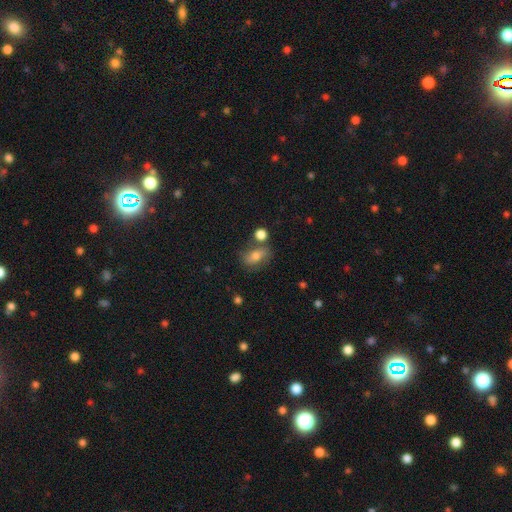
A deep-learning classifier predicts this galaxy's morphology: Smooth or featured? smooth (63%)
How rounded? in between (76%)
Merging? none (60%)